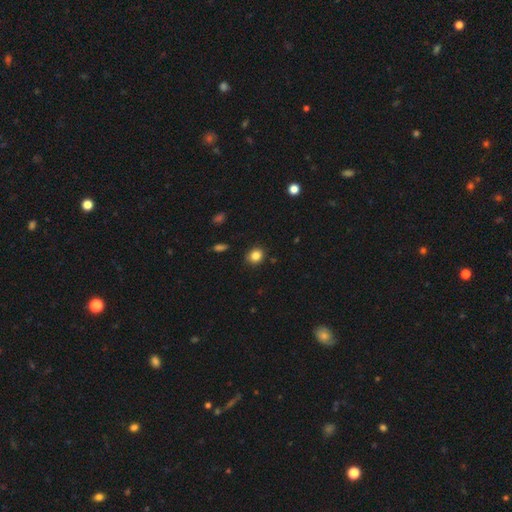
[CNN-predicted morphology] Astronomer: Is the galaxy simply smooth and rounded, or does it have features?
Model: smooth — 84%.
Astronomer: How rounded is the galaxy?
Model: round — 73%.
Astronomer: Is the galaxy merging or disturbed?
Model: none — 88%.